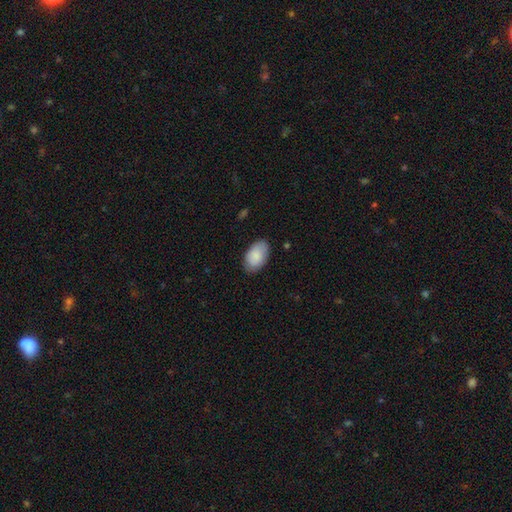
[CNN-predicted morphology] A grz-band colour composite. It shows a smooth galaxy with no disk features (85%) that is in between round and cigar-shaped (94%). Merging: none (81%).